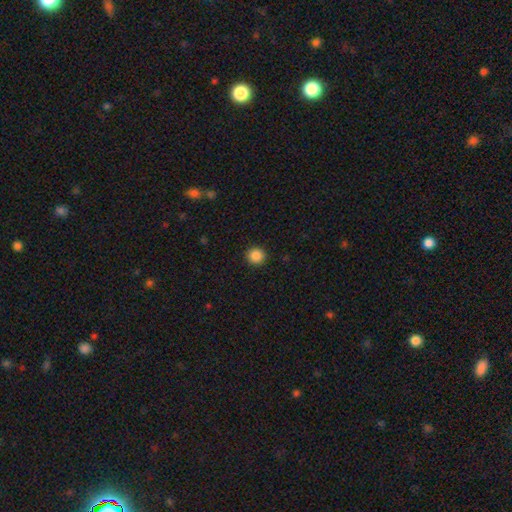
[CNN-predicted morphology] A smooth galaxy with no disk features (87%) that is round (93%).

Vote fractions:
- Smooth or featured? smooth: 87% / star or artifact: 10% / featured or disk: 3%
- How rounded? round: 93% / in between: 6% / cigar-shaped: 1%
- Merging? none: 92% / minor disturbance: 5% / major disturbance: 2% / merger: 1%